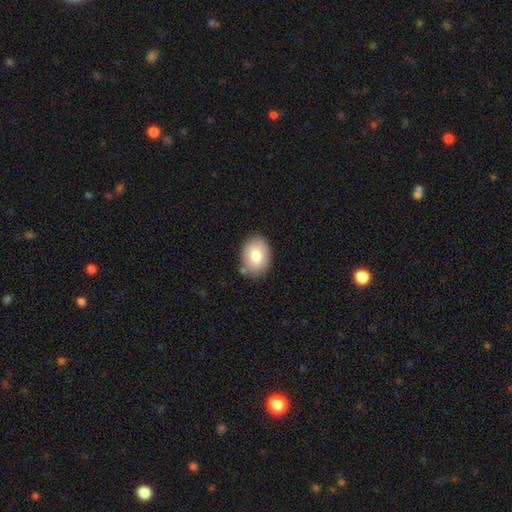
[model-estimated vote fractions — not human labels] Smooth or featured: smooth — 79% (featured or disk — 14%)
How rounded: in between — 75% (round — 24%)
Merging: none — 80% (minor disturbance — 13%)